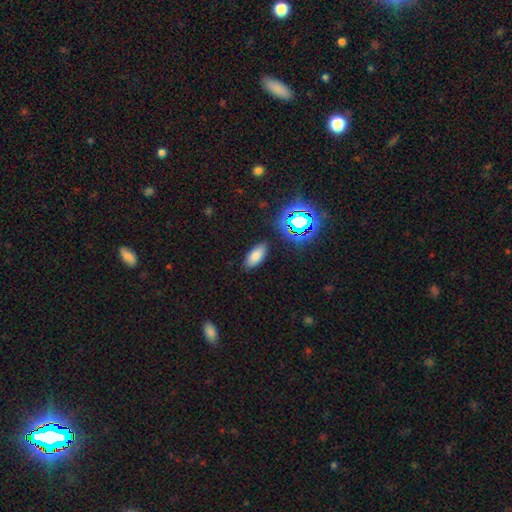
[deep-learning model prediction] smooth 75%, star or artifact 16%, featured or disk 9%. Down the decision tree: how rounded — in between (88%); merging — none (87%).